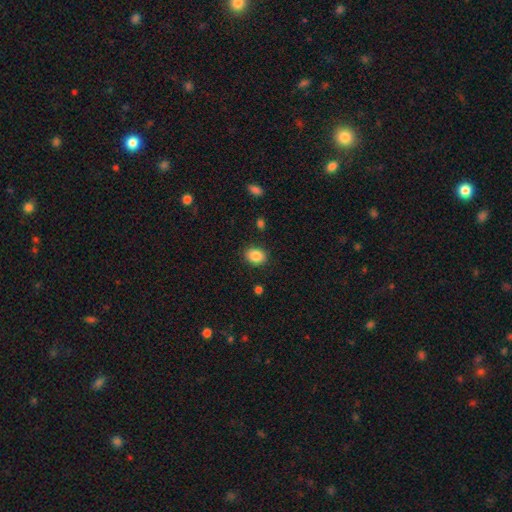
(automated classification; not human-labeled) Smooth or featured: smooth — 87% (star or artifact — 8%)
How rounded: in between — 62% (round — 37%)
Merging: none — 87% (minor disturbance — 9%)